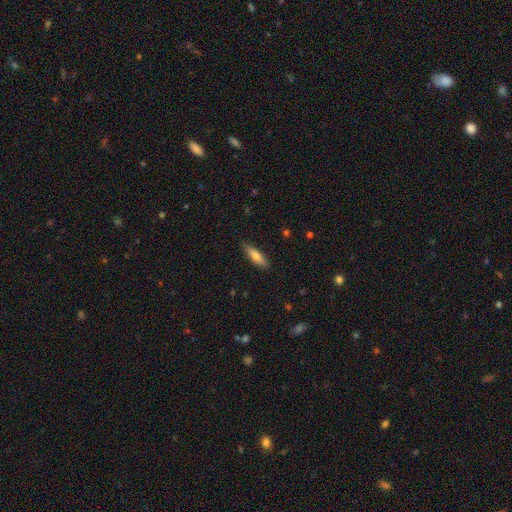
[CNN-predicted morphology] This appears to be a smooth galaxy with no disk features (72%) that is cigar-shaped (65%). Merging: none (85%).